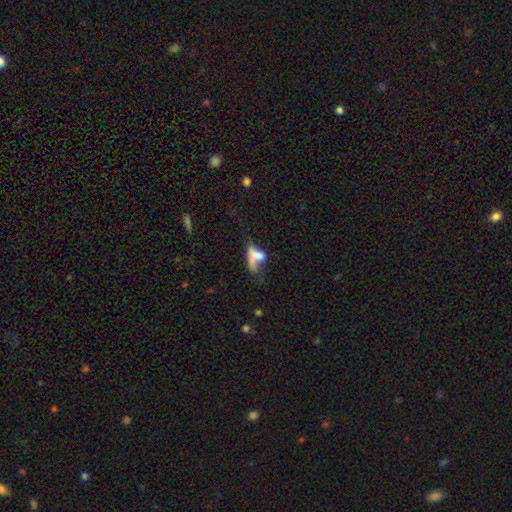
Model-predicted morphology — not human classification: Smooth or featured? smooth (56%)
How rounded? in between (72%)
Merging? merger (35%)